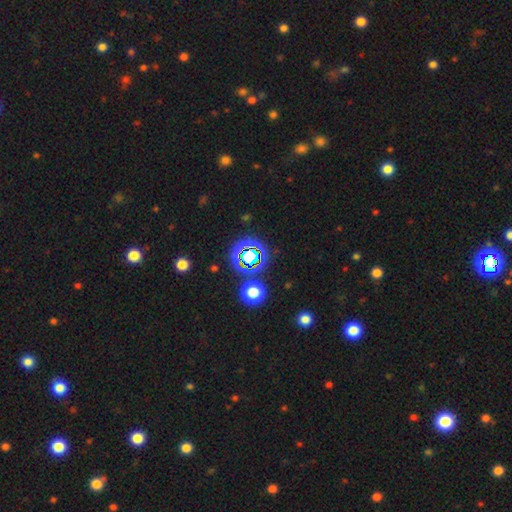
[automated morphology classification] The model was most divided on "smooth or featured": star or artifact: 66%, smooth: 23%, featured or disk: 11%.